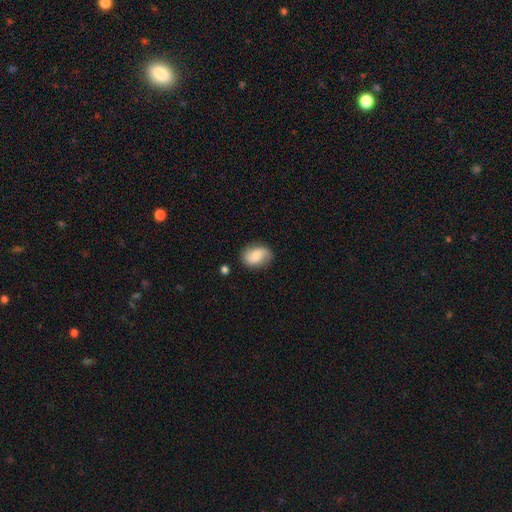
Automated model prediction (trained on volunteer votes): A smooth galaxy with no disk features (65%) that is in between round and cigar-shaped (78%). Merging: none (74%).